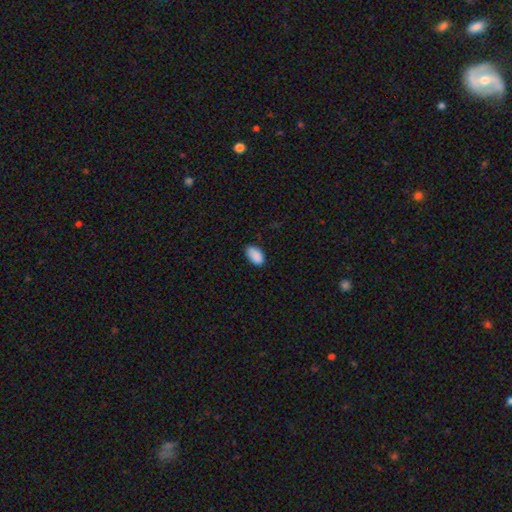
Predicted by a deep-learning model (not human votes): A smooth galaxy with no disk features (90%) that is in between round and cigar-shaped (94%).

Vote fractions:
- Smooth or featured? smooth: 90% / star or artifact: 7% / featured or disk: 3%
- How rounded? in between: 94% / round: 4% / cigar-shaped: 2%
- Merging? none: 78% / minor disturbance: 18% / major disturbance: 3% / merger: 1%